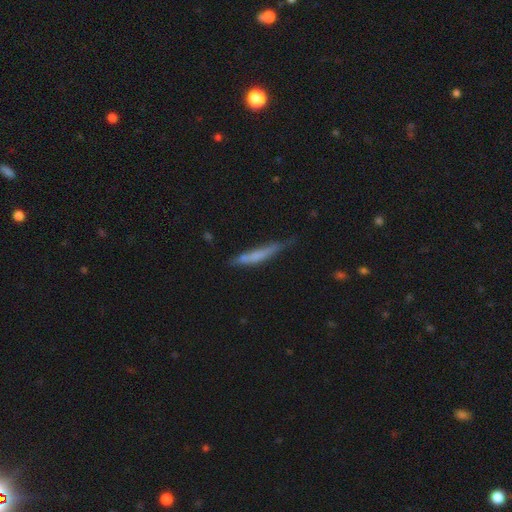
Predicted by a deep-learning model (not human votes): A smooth galaxy with no disk features (60%) that is cigar-shaped (92%).

Vote fractions:
- Smooth or featured? smooth: 60% / featured or disk: 32% / star or artifact: 8%
- How rounded? cigar-shaped: 92% / in between: 7% / round: 1%
- Merging? none: 55% / minor disturbance: 32% / major disturbance: 9% / merger: 4%